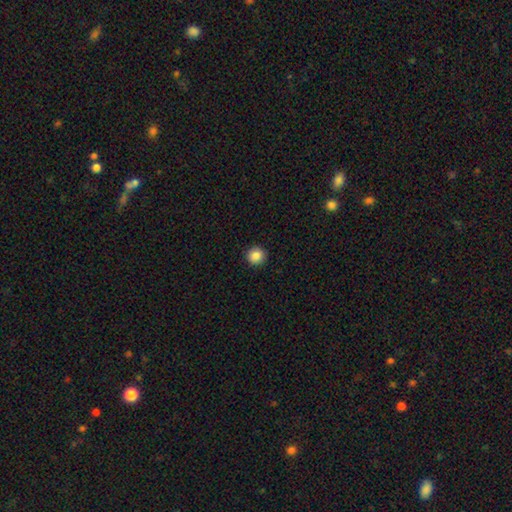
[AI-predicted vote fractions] Smooth or featured? Predicted: smooth (p=0.87). How rounded? Predicted: round (p=0.94). Merging? Predicted: none (p=0.93).